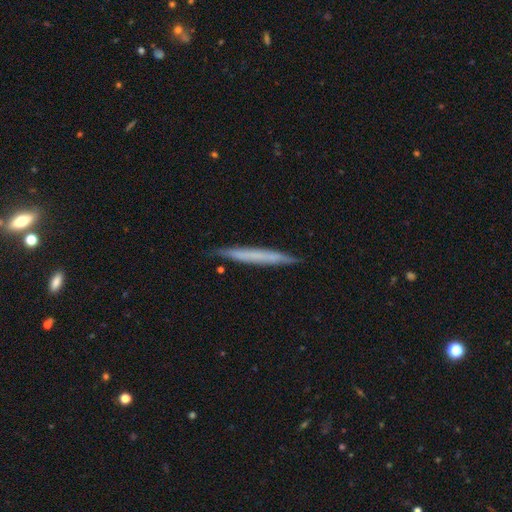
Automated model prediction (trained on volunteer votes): Overall: smooth (53%; featured or disk 40%). How rounded: cigar-shaped (97%). Merging: none (88%).